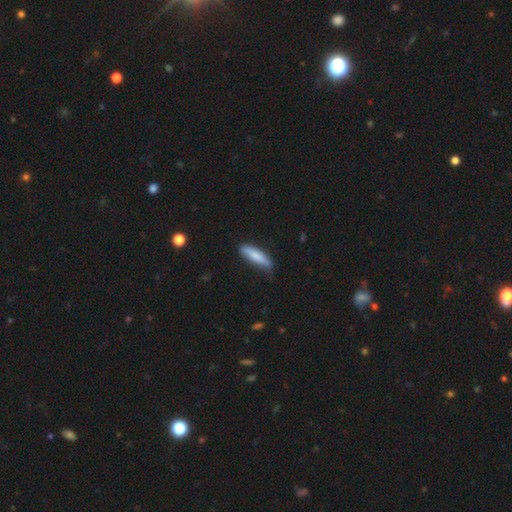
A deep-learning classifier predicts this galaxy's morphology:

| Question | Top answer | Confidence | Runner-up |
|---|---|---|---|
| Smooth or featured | smooth | 78% | featured or disk (16%) |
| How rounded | cigar-shaped | 74% | in between (25%) |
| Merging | none | 72% | minor disturbance (23%) |